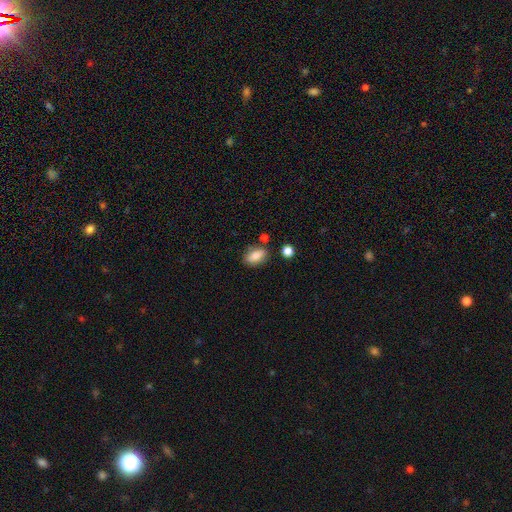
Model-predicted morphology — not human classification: Smooth or featured: smooth — 80% (featured or disk — 12%)
How rounded: in between — 86% (round — 9%)
Merging: none — 77% (minor disturbance — 14%)